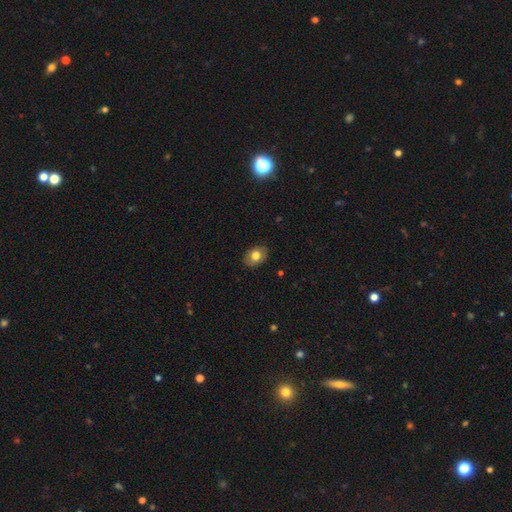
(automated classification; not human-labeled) Smooth or featured? Predicted: smooth (p=0.76). How rounded? Predicted: in between (p=0.78). Merging? Predicted: none (p=0.87).